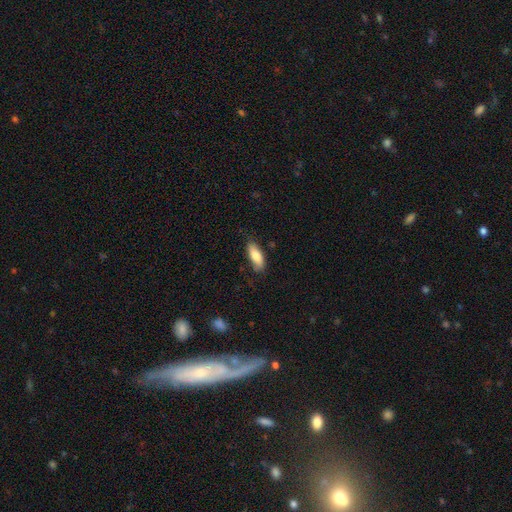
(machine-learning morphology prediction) This is likely a smooth galaxy (79%). How rounded: likely in between (75%). Merging: likely none (76%).